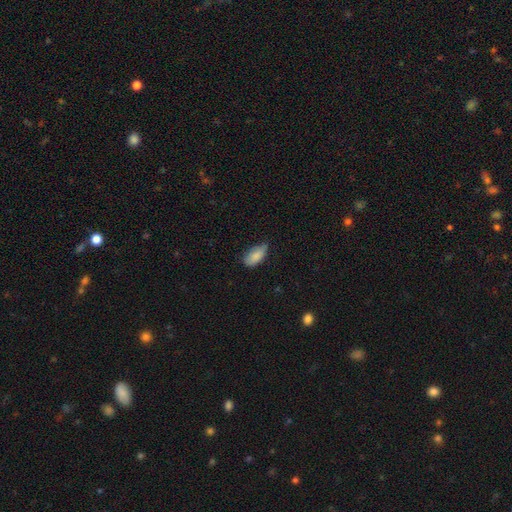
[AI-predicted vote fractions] A smooth galaxy with no disk features (85%) that is in between round and cigar-shaped (92%). Merging: none (51%).